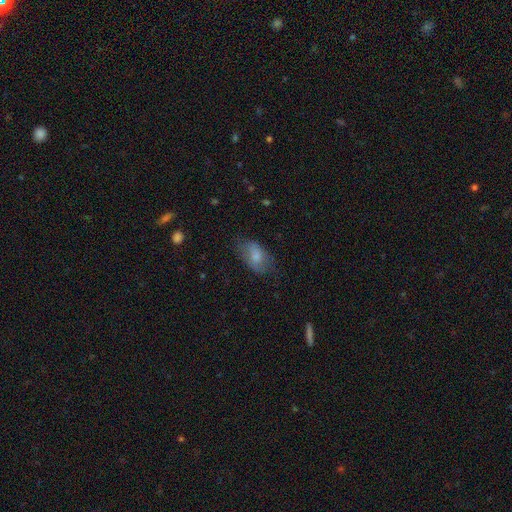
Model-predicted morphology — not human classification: This is likely a smooth galaxy (74%). How rounded: clearly in between (91%). Merging: likely none (61%).